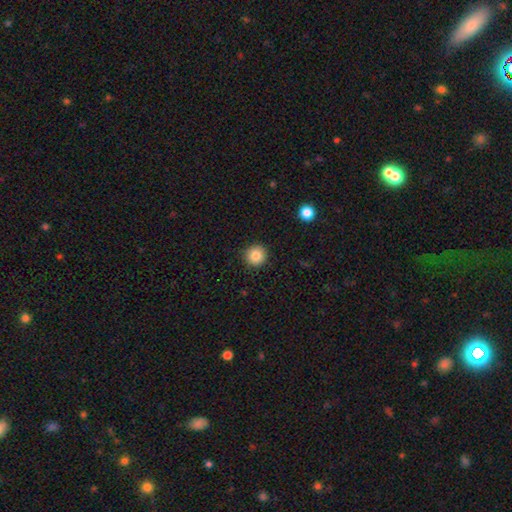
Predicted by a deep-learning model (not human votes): smooth-or-featured: smooth: 84% | star or artifact: 10% | featured or disk: 6%
  how-rounded: round: 94% | in between: 5% | cigar-shaped: 1%
  merging: none: 91% | minor disturbance: 6% | major disturbance: 2% | merger: 1%